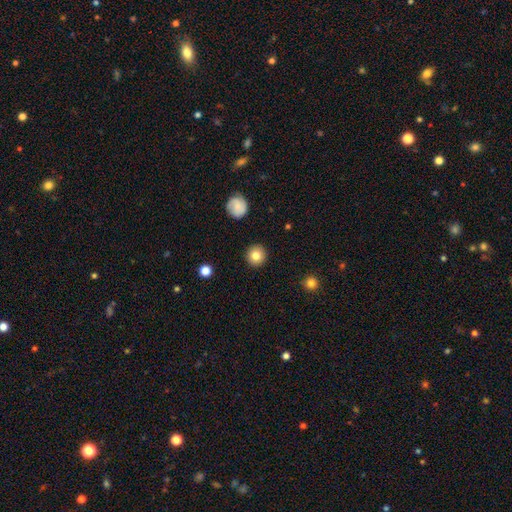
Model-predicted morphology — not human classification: Q: Smooth or featured?
A: smooth (82%); runner-up: featured or disk (9%)
Q: How rounded?
A: round (95%); runner-up: in between (4%)
Q: Merging?
A: none (92%); runner-up: minor disturbance (5%)